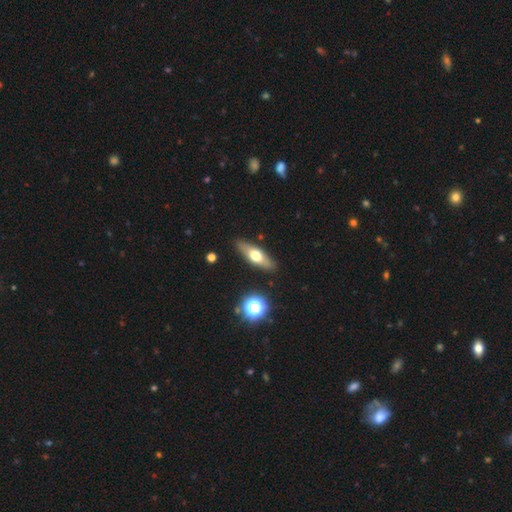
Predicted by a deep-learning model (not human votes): The model was most divided on "how rounded": in between: 50%, cigar-shaped: 45%, round: 5%. More confident: merging — none (88%); smooth or featured — smooth (52%).